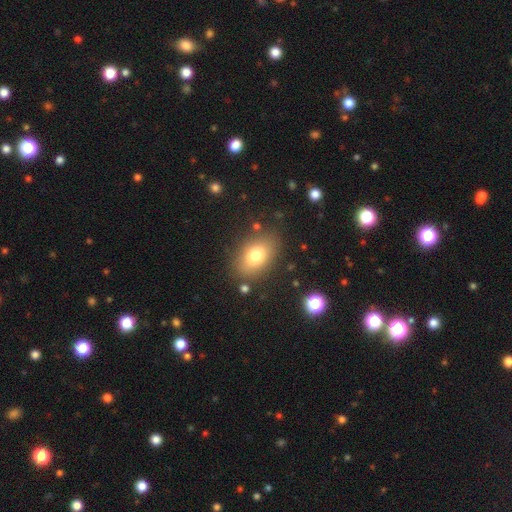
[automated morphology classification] The model was most divided on "smooth or featured": smooth: 77%, featured or disk: 13%, star or artifact: 10%. More confident: how rounded — in between (84%); merging — none (82%).